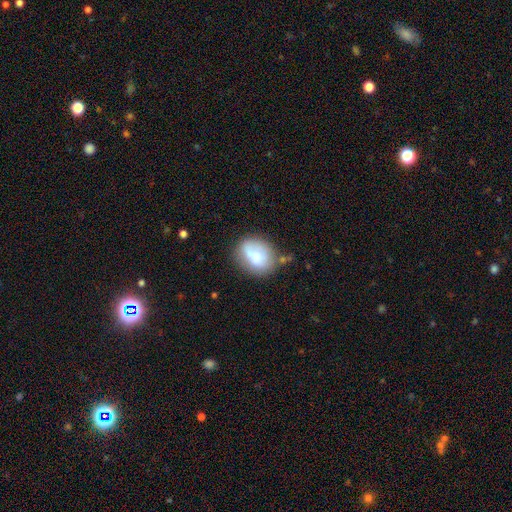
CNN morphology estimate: Smooth or featured? Predicted: smooth (p=0.73). How rounded? Predicted: round (p=0.50). Merging? Predicted: none (p=0.49).